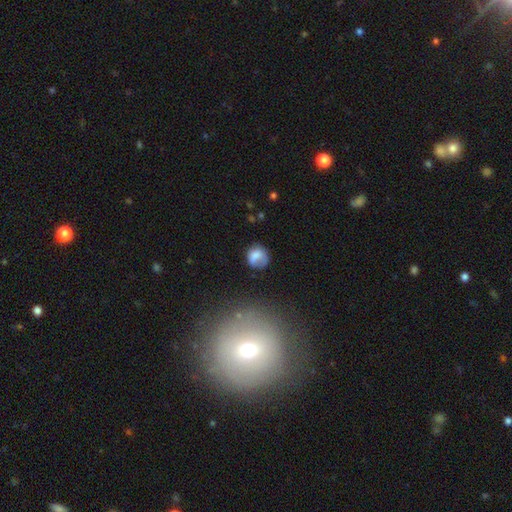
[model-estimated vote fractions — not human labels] This appears to be a smooth galaxy with no disk features (73%) that is round (75%). Merging: none (52%).